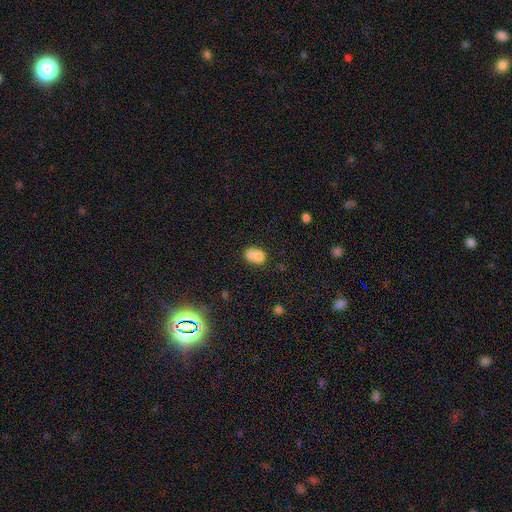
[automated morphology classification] smooth-or-featured: smooth: 72% | featured or disk: 18% | star or artifact: 11%
  how-rounded: in between: 51% | round: 47% | cigar-shaped: 1%
  merging: merger: 61% | none: 27% | minor disturbance: 8% | major disturbance: 4%